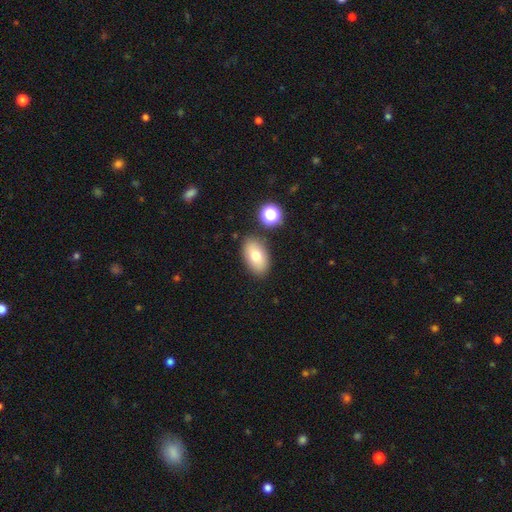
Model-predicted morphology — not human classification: Smooth or featured? smooth (74%)
How rounded? in between (90%)
Merging? none (83%)